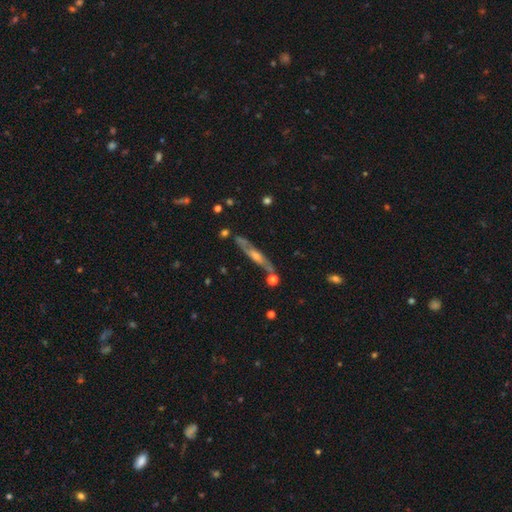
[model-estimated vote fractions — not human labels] Smooth or featured? featured or disk (69%)
Edge-on disk? yes (79%)
Edge-on bulge? rounded (63%)
Merging? none (74%)